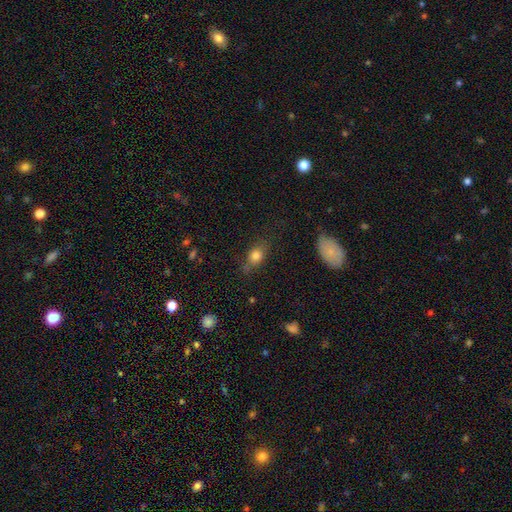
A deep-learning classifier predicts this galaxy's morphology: This is likely a smooth galaxy (77%). How rounded: likely in between (66%). Merging: likely none (68%).